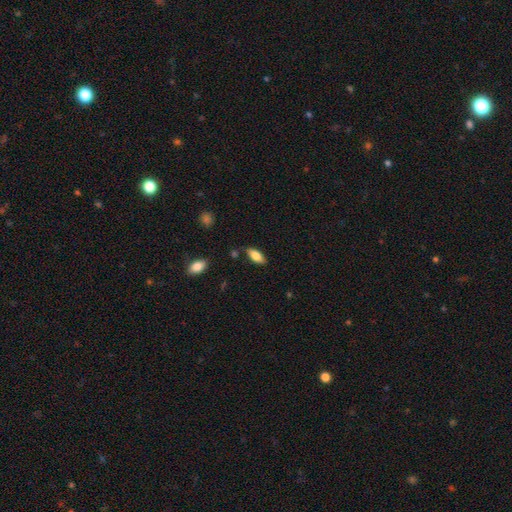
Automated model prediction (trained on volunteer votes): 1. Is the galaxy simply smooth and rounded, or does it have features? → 78% smooth, 15% featured or disk, 7% star or artifact.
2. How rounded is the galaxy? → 83% in between, 15% cigar-shaped, 2% round.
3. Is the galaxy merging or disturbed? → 81% none, 13% minor disturbance, 3% merger, 3% major disturbance.